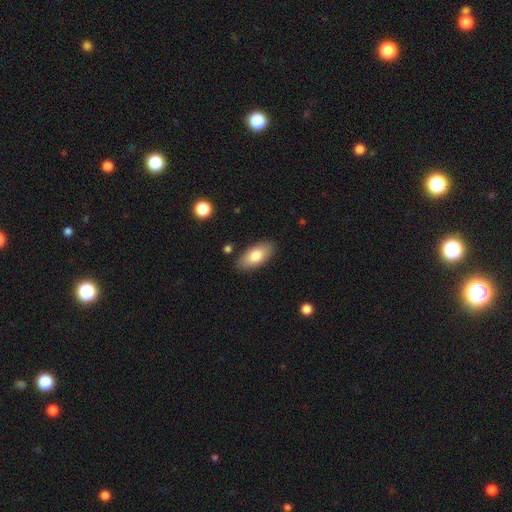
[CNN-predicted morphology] A smooth galaxy with no disk features (79%) that is in between round and cigar-shaped (91%). Merging: none (86%).